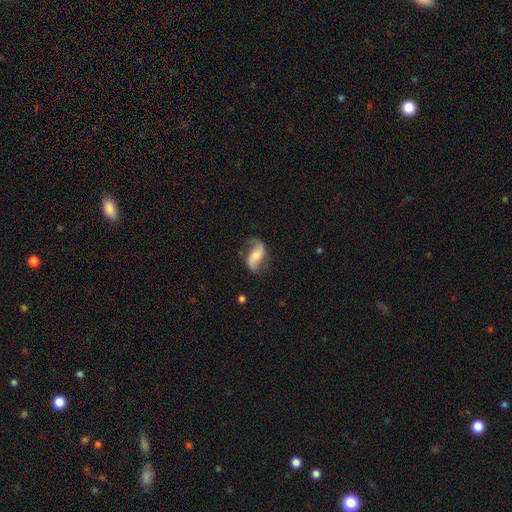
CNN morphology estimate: This is likely a featured or disk galaxy (73%). It is clearly not viewed edge-on (96%). Bar: marginally no (41%). Spiral arm pattern: clearly yes (93%). Spiral arm count: clearly 2 (89%). Spiral winding: likely loose (69%). Central bulge: marginally small (42%). Merging: likely none (66%).